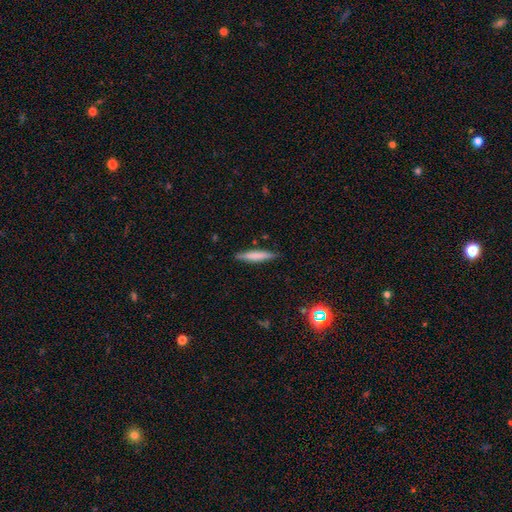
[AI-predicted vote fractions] Overall: smooth (67%; featured or disk 27%). How rounded: cigar-shaped (89%). Merging: none (86%).